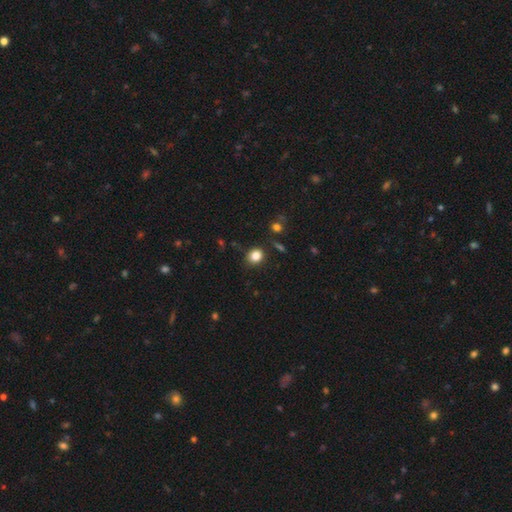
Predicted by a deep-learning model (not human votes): smooth 82%, star or artifact 12%, featured or disk 6%. Down the decision tree: how rounded — round (72%); merging — none (84%).